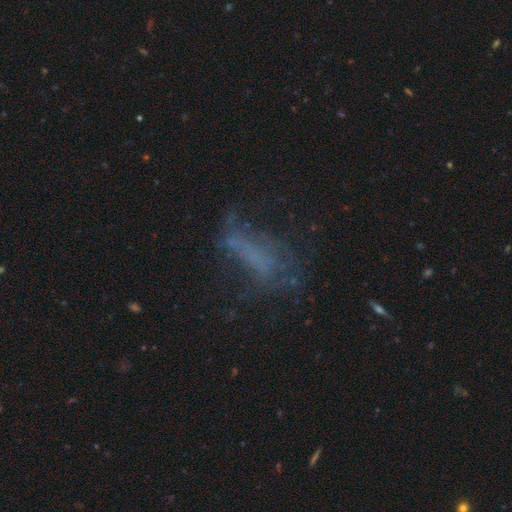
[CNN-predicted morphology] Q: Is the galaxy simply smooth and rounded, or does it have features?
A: featured or disk — 40%.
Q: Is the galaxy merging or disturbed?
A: none — 44%.